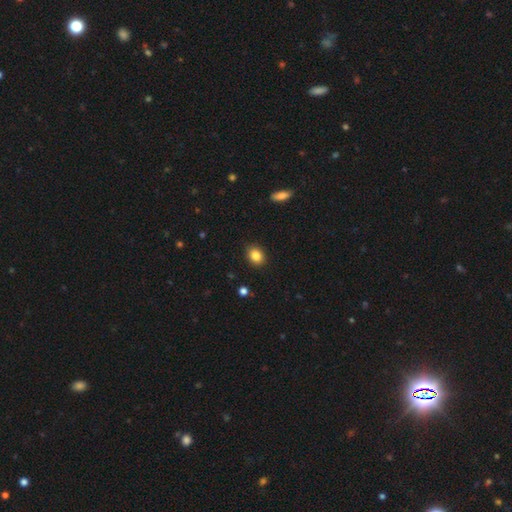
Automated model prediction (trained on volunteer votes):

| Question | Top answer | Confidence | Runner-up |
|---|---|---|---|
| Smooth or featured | smooth | 85% | star or artifact (10%) |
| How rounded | in between | 57% | round (42%) |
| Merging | none | 88% | minor disturbance (9%) |